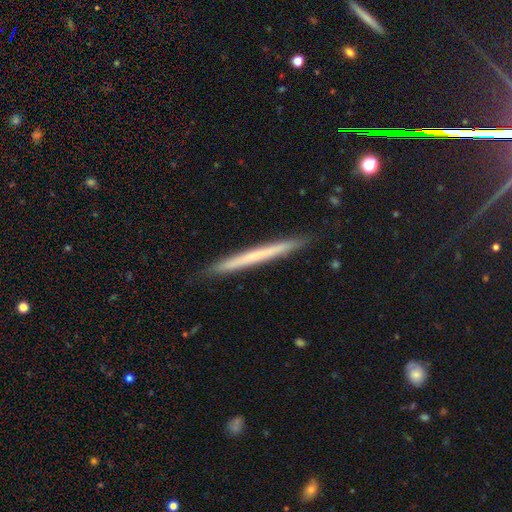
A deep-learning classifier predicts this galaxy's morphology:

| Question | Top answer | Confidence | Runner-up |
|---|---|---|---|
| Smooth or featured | smooth | 50% | featured or disk (44%) |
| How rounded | cigar-shaped | 98% | in between (1%) |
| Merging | none | 91% | minor disturbance (7%) |